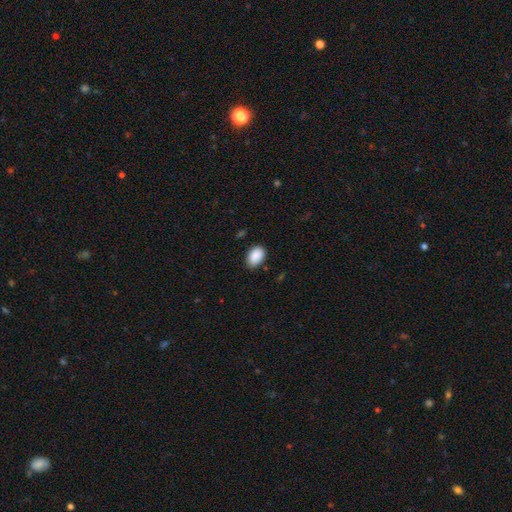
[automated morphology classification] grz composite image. It shows a smooth galaxy with no disk features (90%) that is in between round and cigar-shaped (88%). Merging: none (80%).